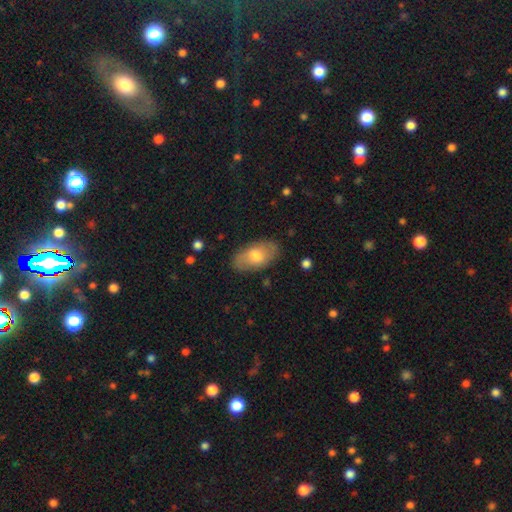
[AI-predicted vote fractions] A smooth galaxy with no disk features (60%) that is in between round and cigar-shaped (92%). Merging: none (82%).